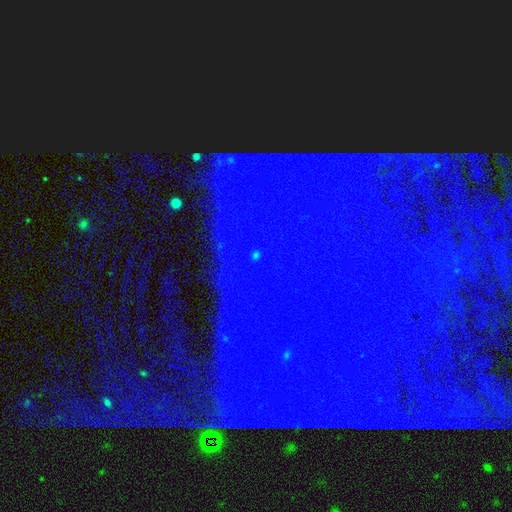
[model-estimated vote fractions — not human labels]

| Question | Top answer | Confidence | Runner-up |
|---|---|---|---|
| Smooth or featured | star or artifact | 86% | featured or disk (8%) |